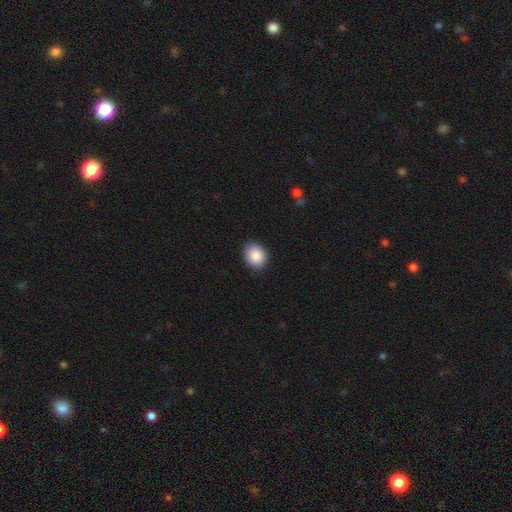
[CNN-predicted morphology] This appears to be a smooth galaxy with no disk features (88%) that is round (55%). Merging: none (85%).